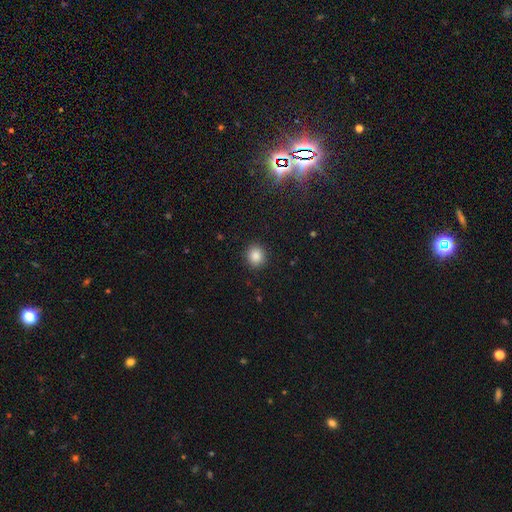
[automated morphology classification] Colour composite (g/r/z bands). It shows a smooth galaxy with no disk features (86%) that is round (87%). Merging: none (91%).